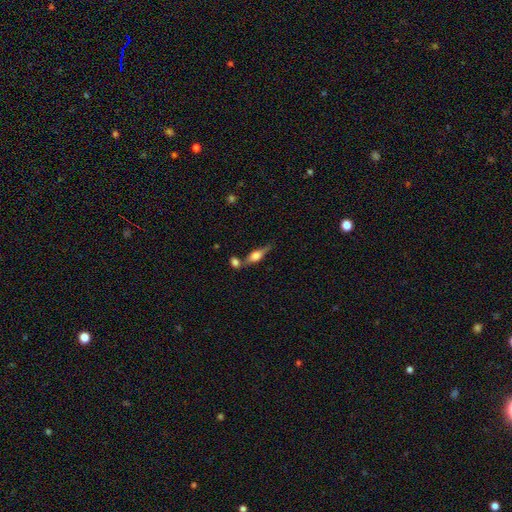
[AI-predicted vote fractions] Smooth or featured? smooth (50%)
Merging? none (50%)